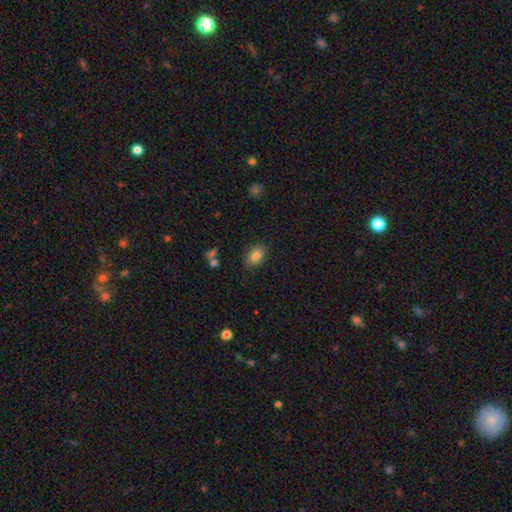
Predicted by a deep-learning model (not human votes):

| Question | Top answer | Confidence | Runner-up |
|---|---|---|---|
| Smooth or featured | smooth | 84% | star or artifact (9%) |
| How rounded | in between | 82% | round (17%) |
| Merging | none | 84% | minor disturbance (11%) |